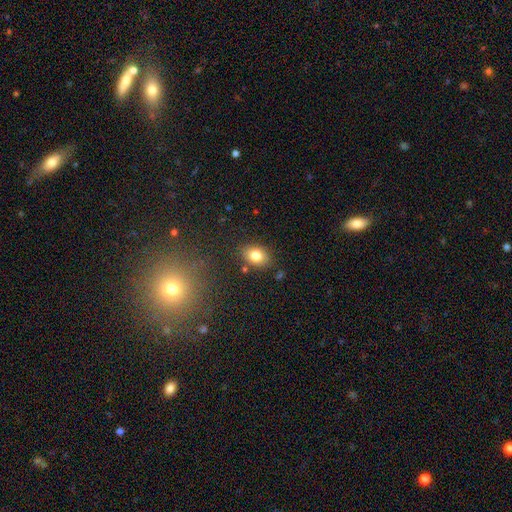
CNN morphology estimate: Smooth or featured? Predicted: smooth (p=0.80). How rounded? Predicted: in between (p=0.71). Merging? Predicted: none (p=0.82).